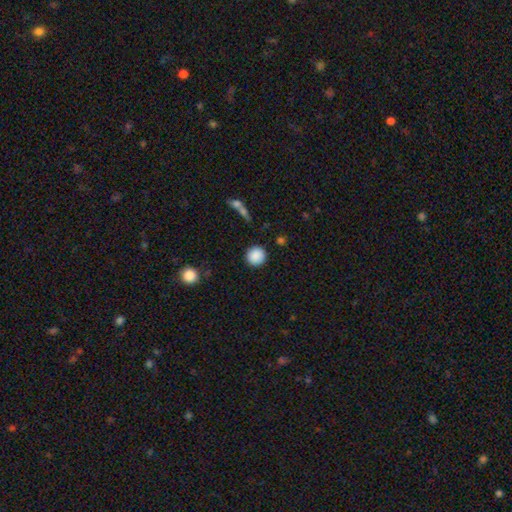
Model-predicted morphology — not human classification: A smooth galaxy with no disk features (89%) that is round (94%). Merging: none (90%).